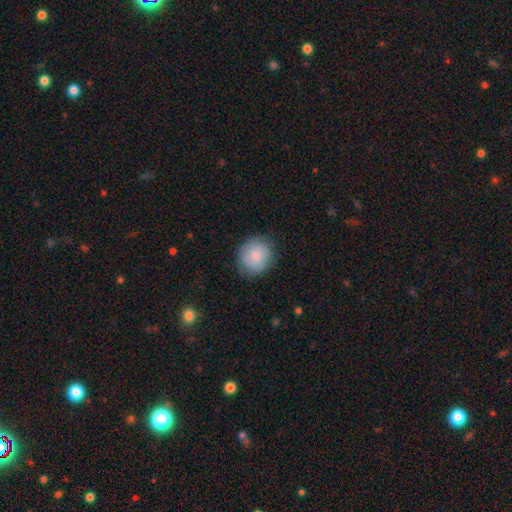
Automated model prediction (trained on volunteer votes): A smooth galaxy with no disk features (83%) that is round (84%).

Vote fractions:
- Smooth or featured? smooth: 83% / featured or disk: 10% / star or artifact: 7%
- How rounded? round: 84% / in between: 15% / cigar-shaped: 1%
- Merging? none: 81% / minor disturbance: 14% / major disturbance: 4% / merger: 1%